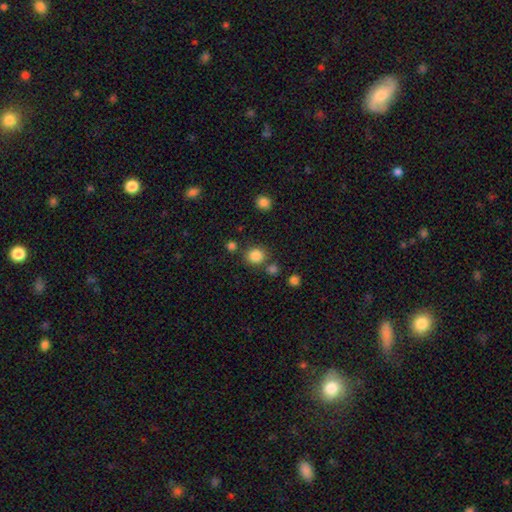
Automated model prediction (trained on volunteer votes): This appears to be a smooth galaxy with no disk features (84%) that is round (82%). Merging: none (77%).